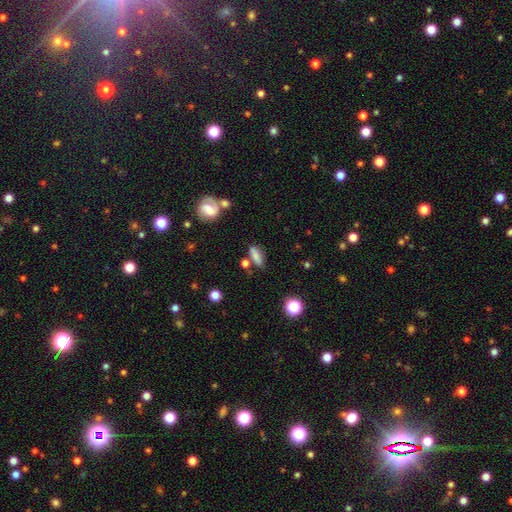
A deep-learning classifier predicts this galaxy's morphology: Smooth or featured: smooth — 75% (featured or disk — 15%)
How rounded: in between — 57% (cigar-shaped — 38%)
Merging: none — 67% (minor disturbance — 16%)